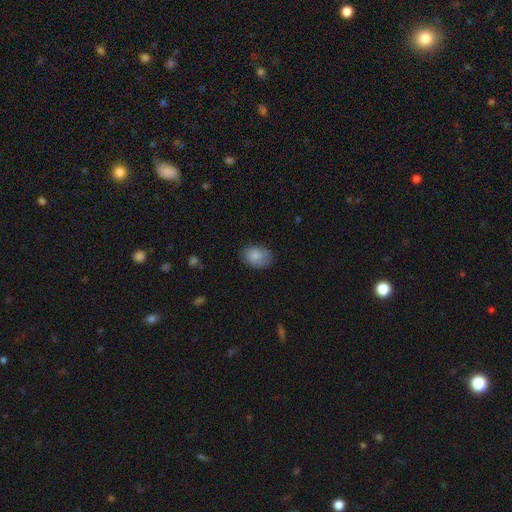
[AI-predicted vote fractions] Smooth or featured? Predicted: smooth (p=0.83). How rounded? Predicted: in between (p=0.76). Merging? Predicted: none (p=0.75).